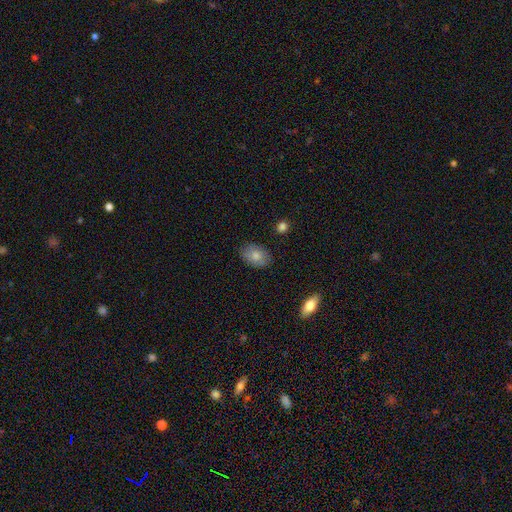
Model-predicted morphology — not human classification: A smooth galaxy with no disk features (81%) that is in between round and cigar-shaped (85%).

Vote fractions:
- Smooth or featured? smooth: 81% / featured or disk: 12% / star or artifact: 7%
- How rounded? in between: 85% / round: 14% / cigar-shaped: 1%
- Merging? none: 84% / minor disturbance: 12% / major disturbance: 3% / merger: 1%